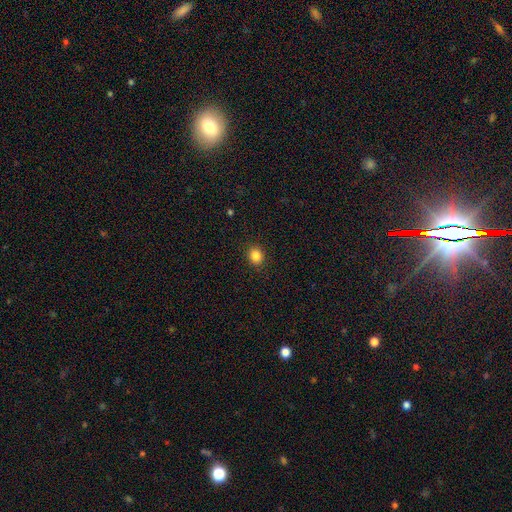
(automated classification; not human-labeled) Q: Smooth or featured?
A: smooth (85%); runner-up: star or artifact (11%)
Q: How rounded?
A: round (69%); runner-up: in between (30%)
Q: Merging?
A: none (91%); runner-up: minor disturbance (6%)